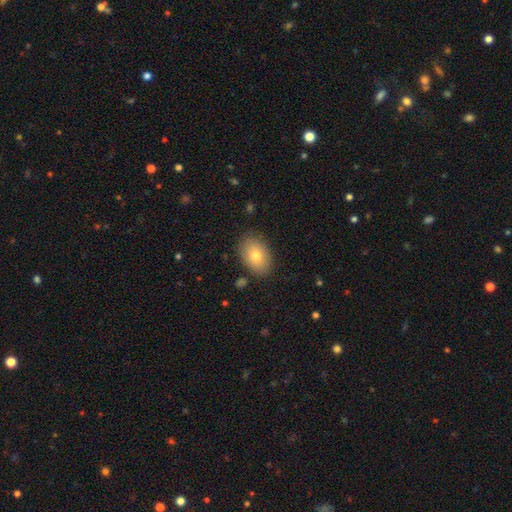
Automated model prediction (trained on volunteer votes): Overall: smooth (77%). How rounded: in between (82%). Merging: none (85%).